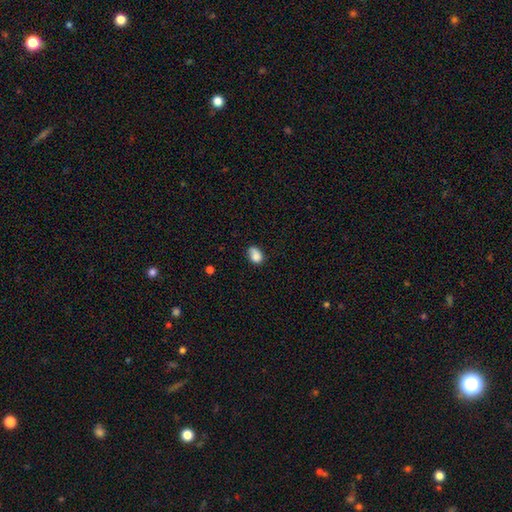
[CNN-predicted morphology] A smooth galaxy with no disk features (82%) that is in between round and cigar-shaped (74%).

Vote fractions:
- Smooth or featured? smooth: 82% / star or artifact: 9% / featured or disk: 9%
- How rounded? in between: 74% / round: 25% / cigar-shaped: 1%
- Merging? none: 53% / minor disturbance: 32% / major disturbance: 10% / merger: 5%